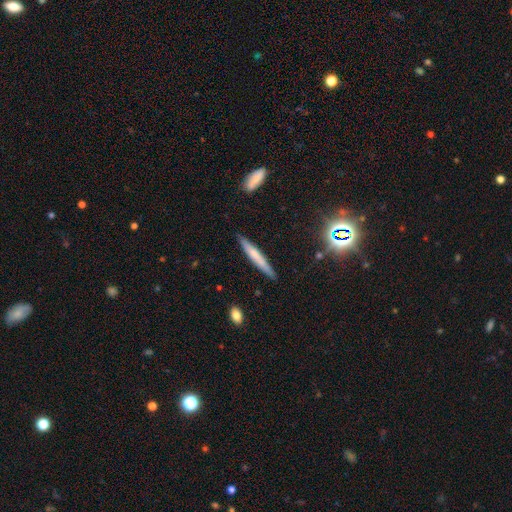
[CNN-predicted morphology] Q: Smooth or featured?
A: smooth (58%); runner-up: featured or disk (34%)
Q: How rounded?
A: cigar-shaped (94%); runner-up: in between (4%)
Q: Merging?
A: none (87%); runner-up: minor disturbance (9%)